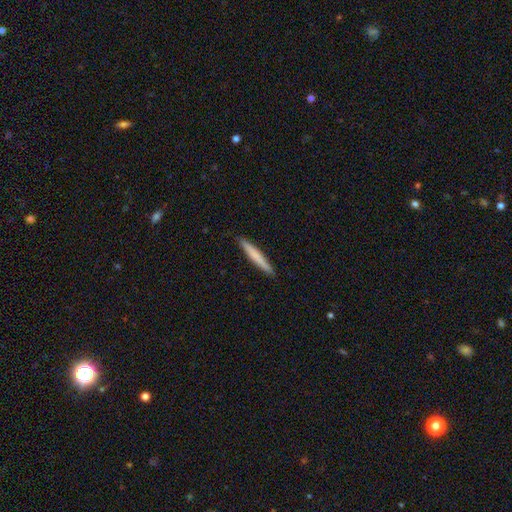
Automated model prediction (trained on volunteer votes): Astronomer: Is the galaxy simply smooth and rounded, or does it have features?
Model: smooth — 70%.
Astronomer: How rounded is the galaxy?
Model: cigar-shaped — 96%.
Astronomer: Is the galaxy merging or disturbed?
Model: none — 92%.